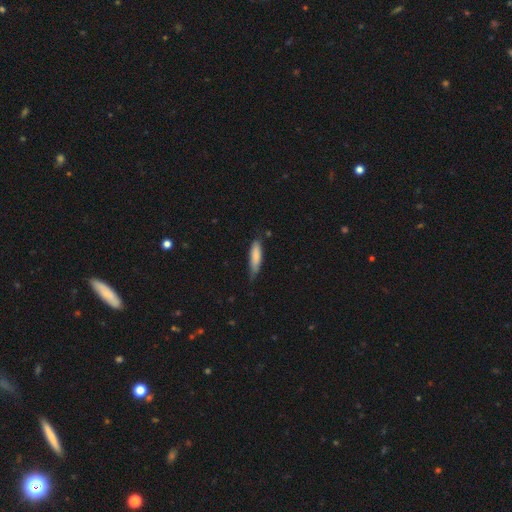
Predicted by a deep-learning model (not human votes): This appears to be a smooth galaxy with no disk features (81%) that is cigar-shaped (68%). Merging: none (62%).